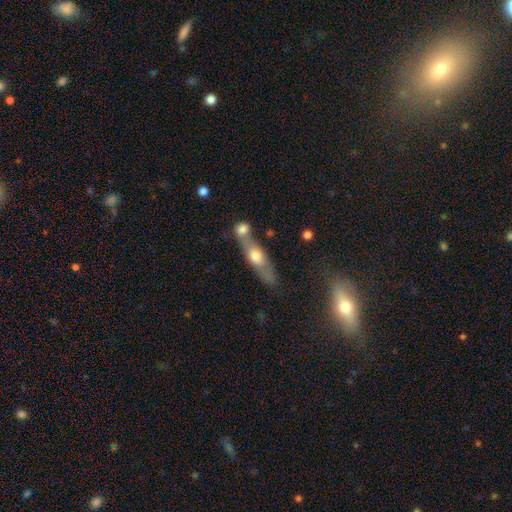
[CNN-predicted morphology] smooth_or_featured: featured or disk (p=0.53) [alt: smooth p=0.38]
disk_edge_on: yes (p=0.69) [alt: no p=0.31]
merging: none (p=0.55) [alt: merger p=0.27]